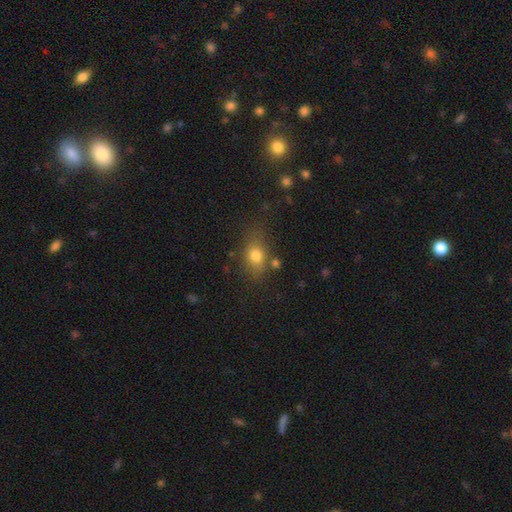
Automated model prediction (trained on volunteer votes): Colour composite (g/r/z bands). It shows a smooth galaxy with no disk features (77%) that is in between round and cigar-shaped (60%). Merging: none (69%).